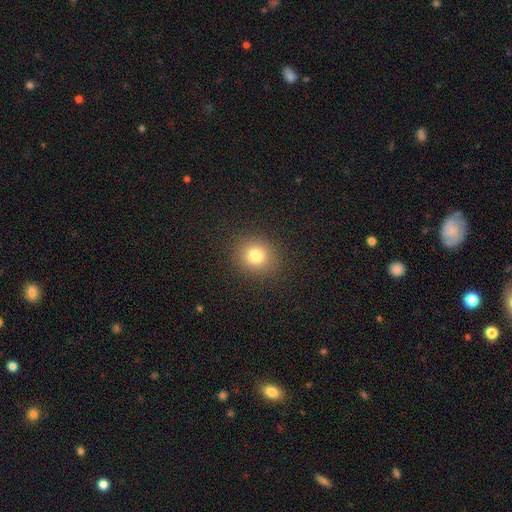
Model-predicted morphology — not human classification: Q: Smooth or featured?
A: smooth (79%); runner-up: star or artifact (14%)
Q: How rounded?
A: round (81%); runner-up: in between (18%)
Q: Merging?
A: none (90%); runner-up: minor disturbance (7%)